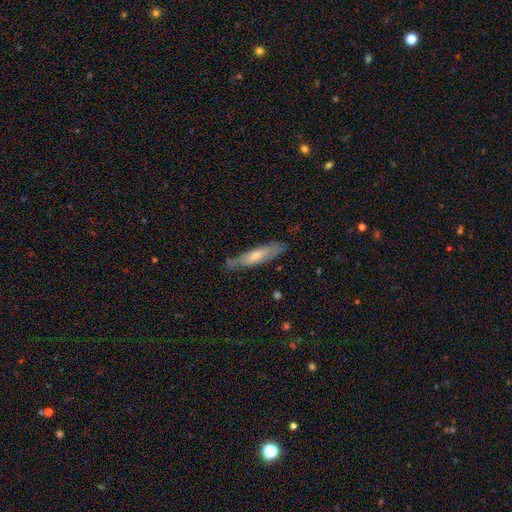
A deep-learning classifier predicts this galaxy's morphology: smooth-or-featured: featured or disk: 48% | smooth: 46% | star or artifact: 6%
  merging: none: 73% | minor disturbance: 21% | major disturbance: 5% | merger: 2%